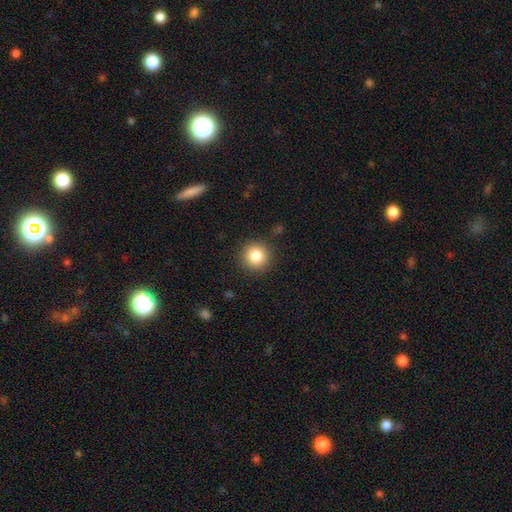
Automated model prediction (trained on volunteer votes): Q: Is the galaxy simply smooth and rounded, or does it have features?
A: smooth — 83%.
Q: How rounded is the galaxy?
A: round — 94%.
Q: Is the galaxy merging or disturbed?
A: none — 90%.